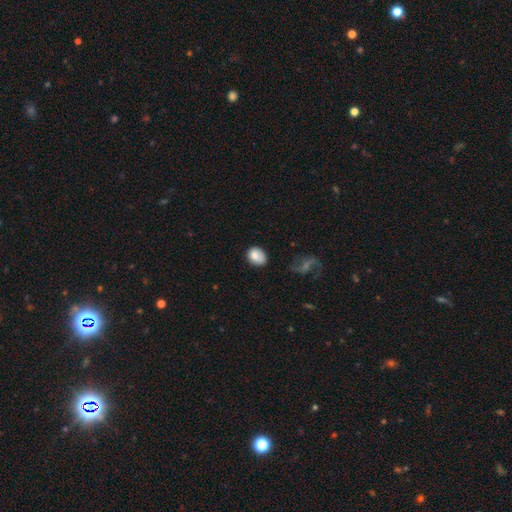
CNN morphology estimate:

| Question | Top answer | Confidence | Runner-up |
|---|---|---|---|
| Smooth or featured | smooth | 79% | featured or disk (12%) |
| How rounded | in between | 56% | round (43%) |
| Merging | none | 61% | minor disturbance (28%) |